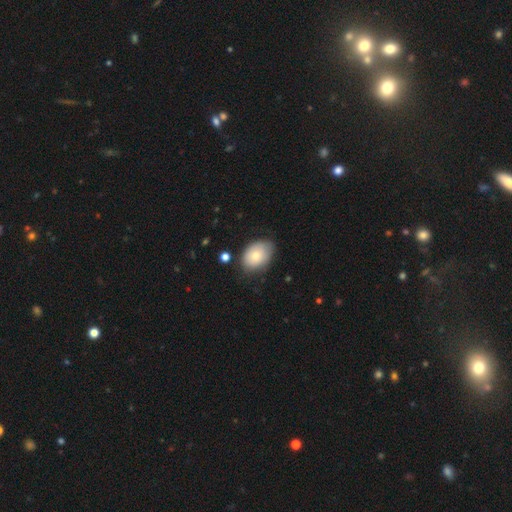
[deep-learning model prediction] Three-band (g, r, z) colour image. It shows a smooth galaxy with no disk features (76%) that is in between round and cigar-shaped (80%). Merging: none (74%).